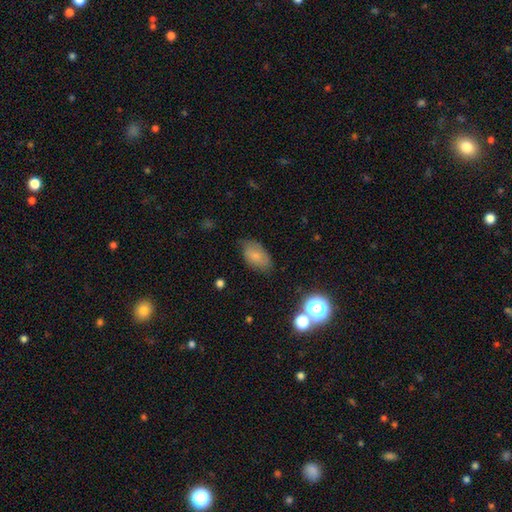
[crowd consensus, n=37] Q: Smooth or featured?
A: smooth (81%); runner-up: featured or disk (19%)
Q: How rounded?
A: in between (97%); runner-up: round (3%)
Q: Merging?
A: none (54%); runner-up: minor disturbance (41%)